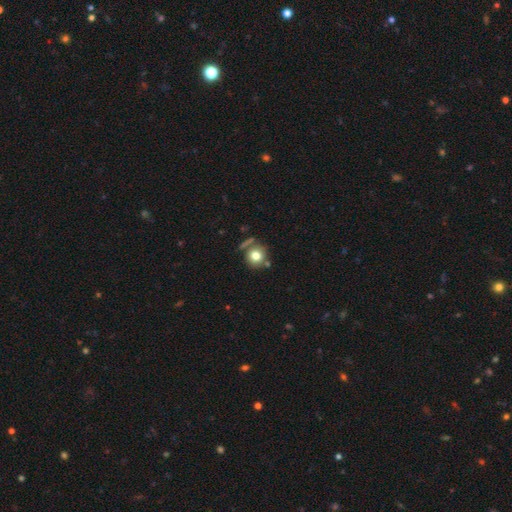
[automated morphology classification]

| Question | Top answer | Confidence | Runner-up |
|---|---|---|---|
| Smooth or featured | smooth | 77% | featured or disk (13%) |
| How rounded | round | 86% | in between (12%) |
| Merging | none | 68% | minor disturbance (14%) |